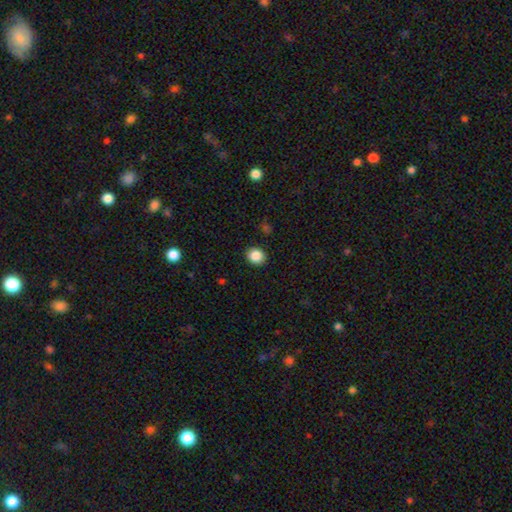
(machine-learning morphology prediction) This is clearly a smooth galaxy (86%). How rounded: likely round (79%). Merging: clearly none (91%).